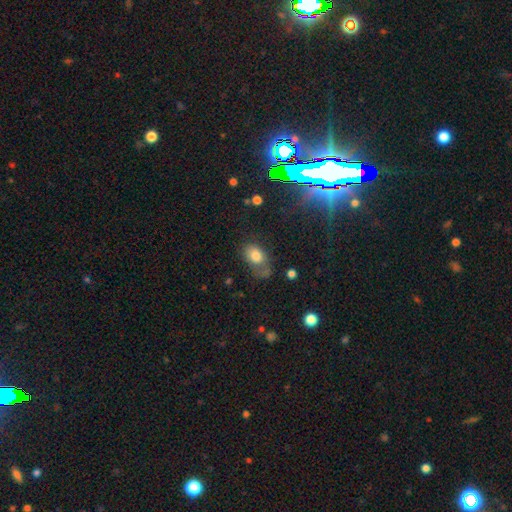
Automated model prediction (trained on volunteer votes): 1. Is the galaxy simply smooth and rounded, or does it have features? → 76% smooth, 13% featured or disk, 11% star or artifact.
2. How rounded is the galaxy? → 79% in between, 19% round, 2% cigar-shaped.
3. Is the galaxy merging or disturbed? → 41% none, 27% minor disturbance, 23% major disturbance, 8% merger.